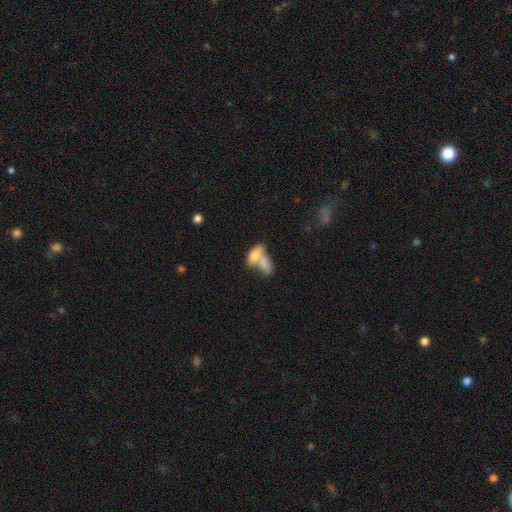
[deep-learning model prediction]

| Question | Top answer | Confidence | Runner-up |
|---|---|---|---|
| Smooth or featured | smooth | 69% | featured or disk (21%) |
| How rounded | in between | 83% | cigar-shaped (9%) |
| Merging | merger | 65% | none (22%) |